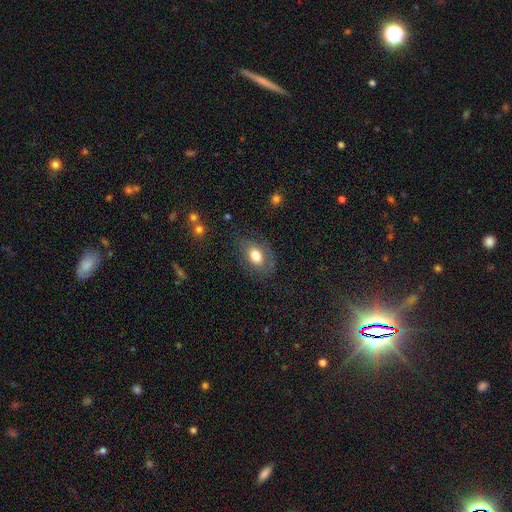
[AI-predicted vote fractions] A smooth galaxy with no disk features (68%) that is in between round and cigar-shaped (83%). Merging: none (71%).